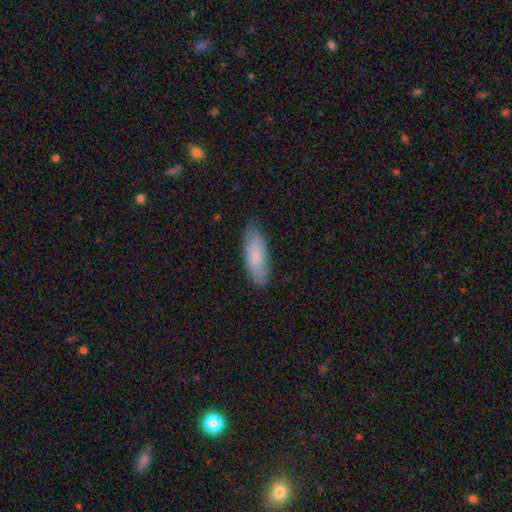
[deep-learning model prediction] Smooth or featured? smooth (78%)
How rounded? in between (61%)
Merging? none (80%)